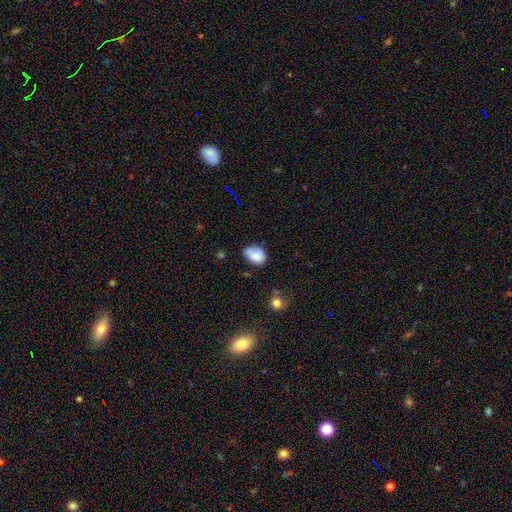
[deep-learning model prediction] A smooth galaxy with no disk features (83%) that is in between round and cigar-shaped (79%). Merging: none (59%).